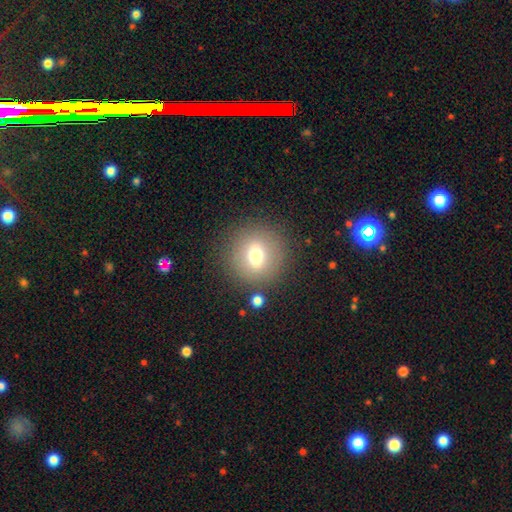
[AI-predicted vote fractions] A smooth galaxy with no disk features (71%) that is round (92%). Merging: none (85%).